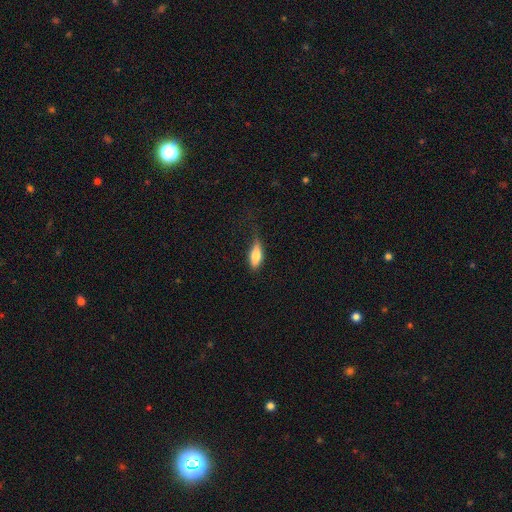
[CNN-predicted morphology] A smooth galaxy with no disk features (73%) that is in between round and cigar-shaped (74%). Merging: none (53%).